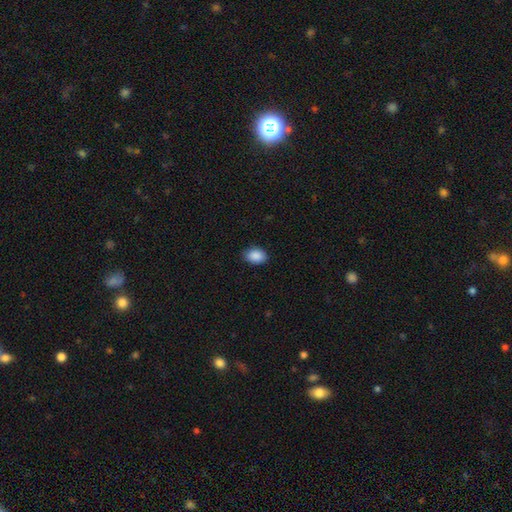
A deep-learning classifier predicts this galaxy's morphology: Smooth or featured? smooth (89%)
How rounded? in between (80%)
Merging? none (86%)